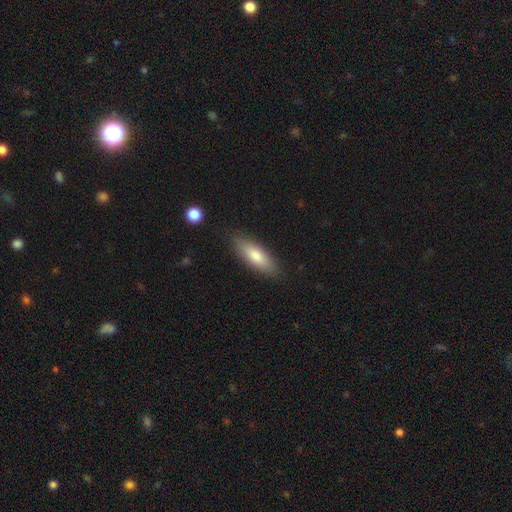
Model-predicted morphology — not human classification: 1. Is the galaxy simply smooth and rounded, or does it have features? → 75% smooth, 19% featured or disk, 6% star or artifact.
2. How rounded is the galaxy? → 56% in between, 42% cigar-shaped, 2% round.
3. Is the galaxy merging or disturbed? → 86% none, 11% minor disturbance, 2% major disturbance, 1% merger.